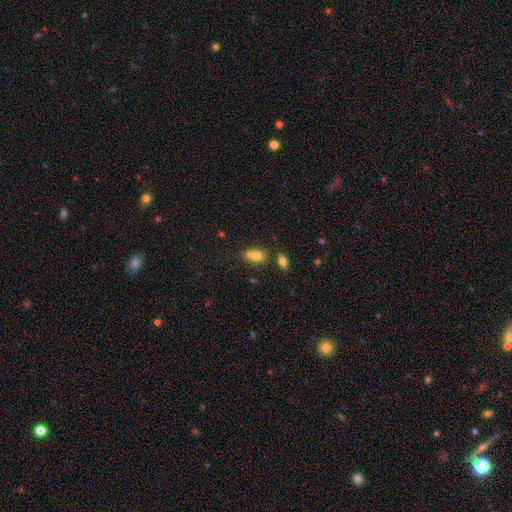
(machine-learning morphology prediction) This appears to be a smooth galaxy with no disk features (73%) that is in between round and cigar-shaped (61%). Merging: merger (53%).